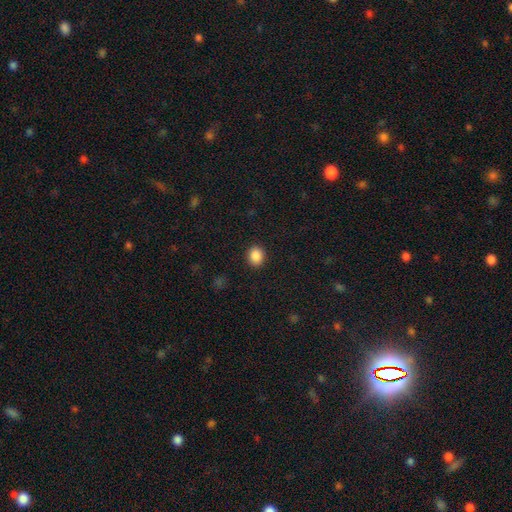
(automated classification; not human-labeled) smooth_or_featured: smooth (p=0.88) [alt: star or artifact p=0.09]
how_rounded: round (p=0.64) [alt: in between p=0.35]
merging: none (p=0.91) [alt: minor disturbance p=0.06]